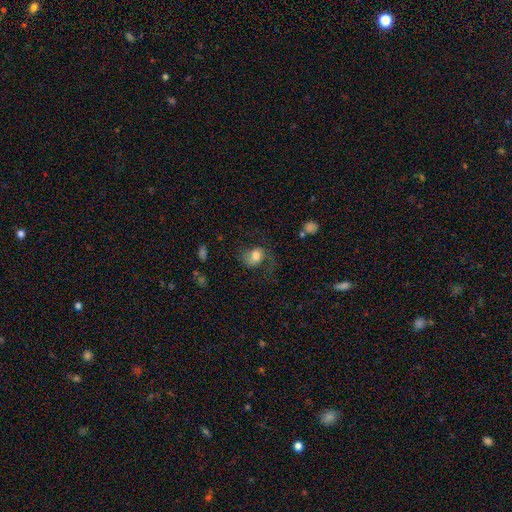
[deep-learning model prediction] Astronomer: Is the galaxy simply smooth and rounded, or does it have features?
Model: smooth — 53% (runner-up: featured or disk, 38%).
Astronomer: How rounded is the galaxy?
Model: round — 52% (runner-up: in between, 47%).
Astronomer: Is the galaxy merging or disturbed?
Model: none — 47% (runner-up: major disturbance, 29%).